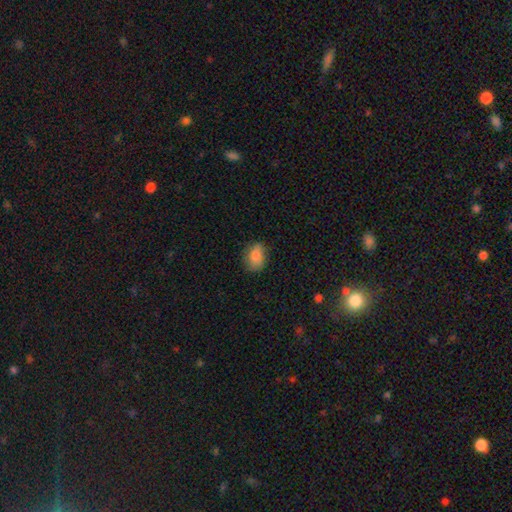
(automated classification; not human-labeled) This appears to be a smooth galaxy with no disk features (85%) that is in between round and cigar-shaped (70%). Merging: none (71%).